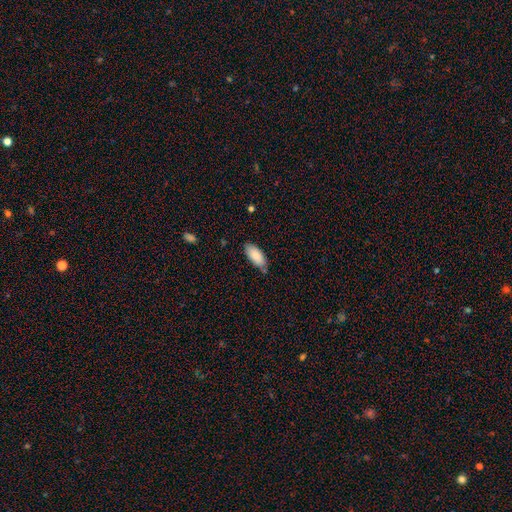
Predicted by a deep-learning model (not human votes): smooth-or-featured: smooth: 88% | featured or disk: 6% | star or artifact: 6%
  how-rounded: in between: 88% | cigar-shaped: 11% | round: 2%
  merging: none: 74% | minor disturbance: 19% | merger: 4% | major disturbance: 3%